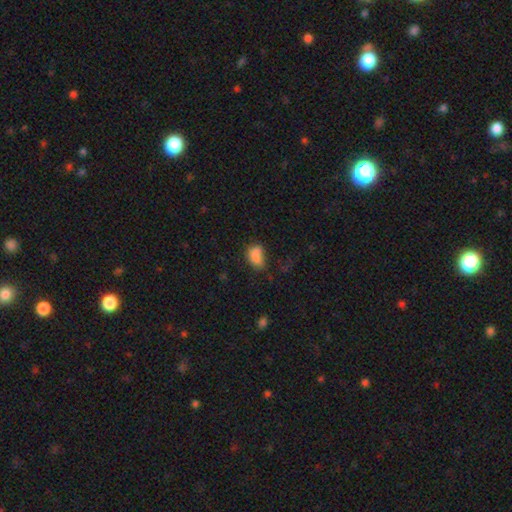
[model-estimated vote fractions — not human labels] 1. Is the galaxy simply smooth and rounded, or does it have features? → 79% smooth, 12% star or artifact, 9% featured or disk.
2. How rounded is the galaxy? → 84% in between, 14% round, 2% cigar-shaped.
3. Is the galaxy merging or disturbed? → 39% none, 29% minor disturbance, 19% major disturbance, 13% merger.